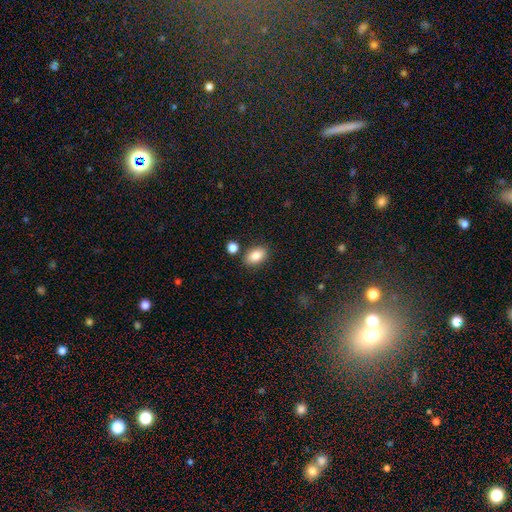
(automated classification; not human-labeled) Smooth or featured: smooth — 86% (star or artifact — 8%)
How rounded: in between — 87% (round — 12%)
Merging: none — 82% (minor disturbance — 10%)